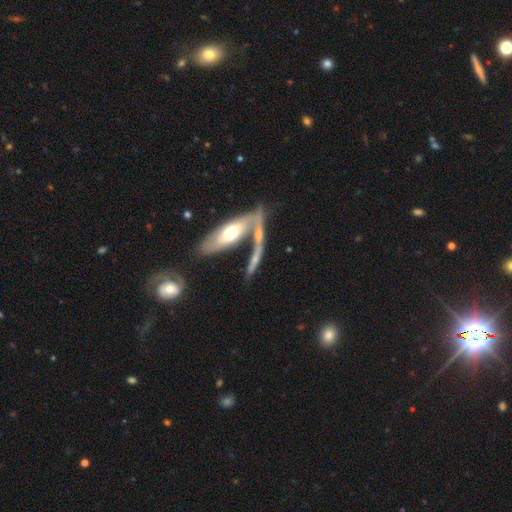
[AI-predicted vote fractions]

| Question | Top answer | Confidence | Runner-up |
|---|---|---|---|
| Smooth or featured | featured or disk | 56% | smooth (36%) |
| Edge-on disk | yes | 53% | no (47%) |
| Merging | merger | 48% | none (33%) |